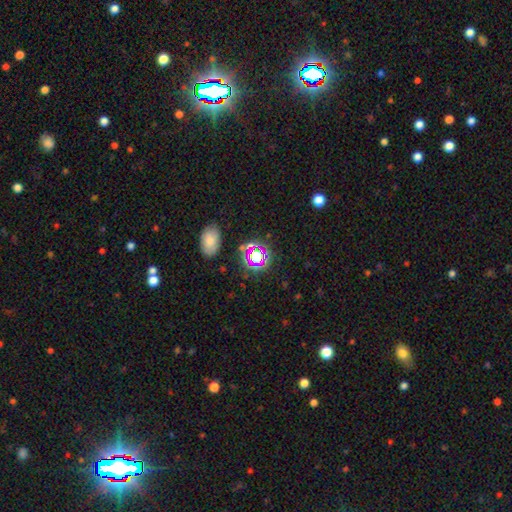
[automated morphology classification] type=star or artifact (56%).